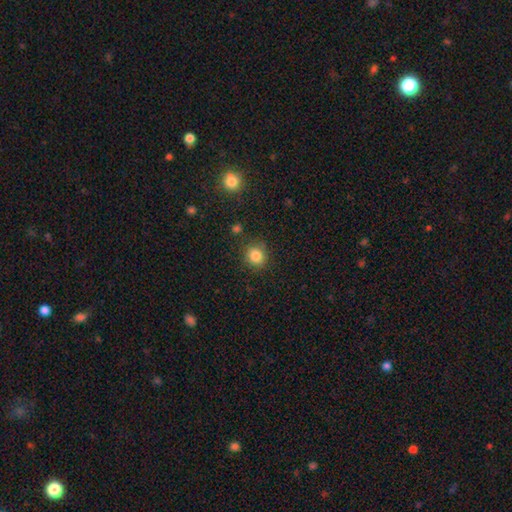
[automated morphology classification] Smooth or featured? smooth (83%)
How rounded? round (85%)
Merging? none (83%)